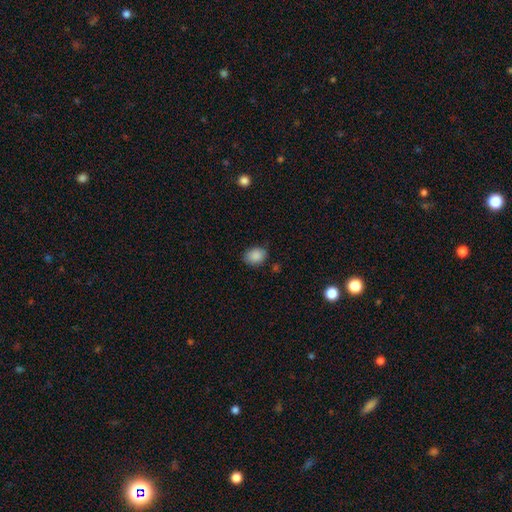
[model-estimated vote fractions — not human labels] Smooth or featured: smooth — 88% (star or artifact — 8%)
How rounded: in between — 61% (round — 38%)
Merging: none — 77% (minor disturbance — 18%)